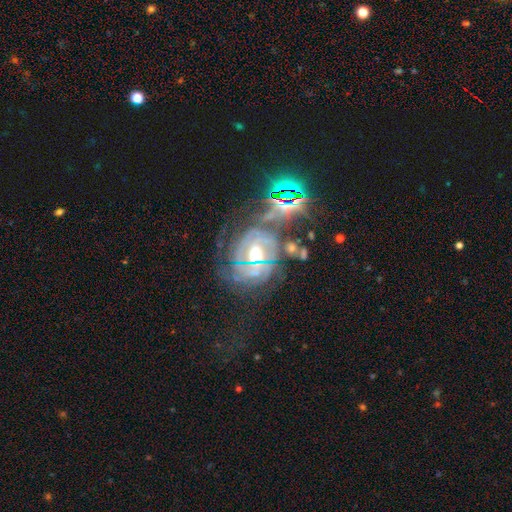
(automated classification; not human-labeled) A featured or disk galaxy (76%) with no bar (47%), tight (56%) spiral arms (82%) and a moderate central bulge (71%). Merging: none (45%).